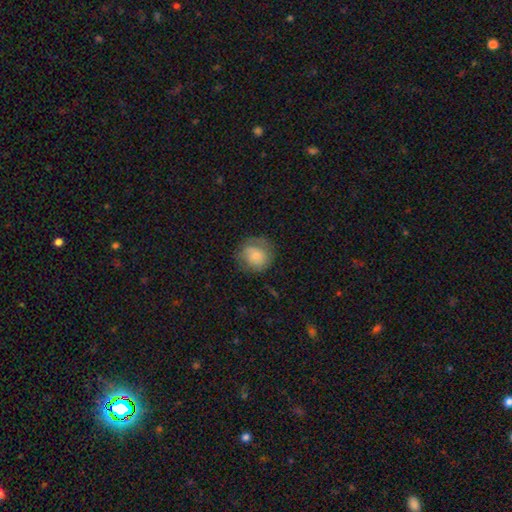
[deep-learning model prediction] Overall: smooth (69%). How rounded: round (83%). Merging: none (65%).